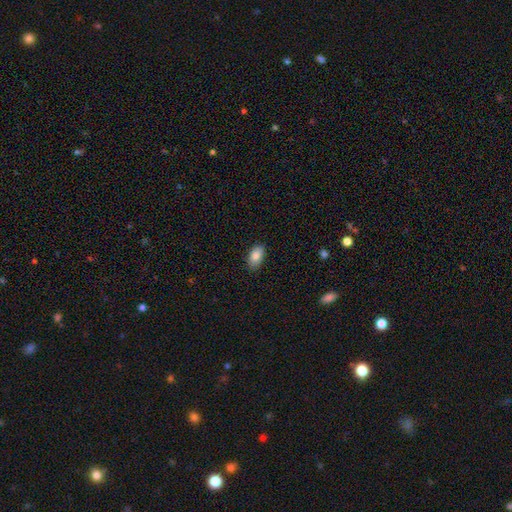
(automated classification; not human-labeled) Smooth or featured? Predicted: smooth (p=0.85). How rounded? Predicted: in between (p=0.93). Merging? Predicted: none (p=0.86).